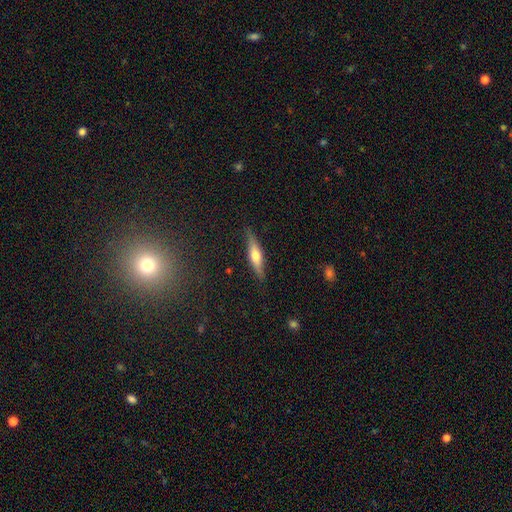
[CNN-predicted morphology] featured or disk 48%, smooth 46%, star or artifact 6%. Down the decision tree: merging — none (84%).